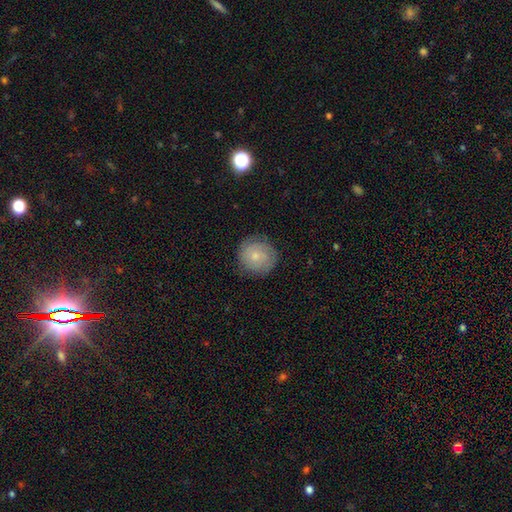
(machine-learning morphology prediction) Smooth or featured: smooth — 61% (featured or disk — 31%)
How rounded: round — 90% (in between — 9%)
Merging: none — 82% (minor disturbance — 13%)